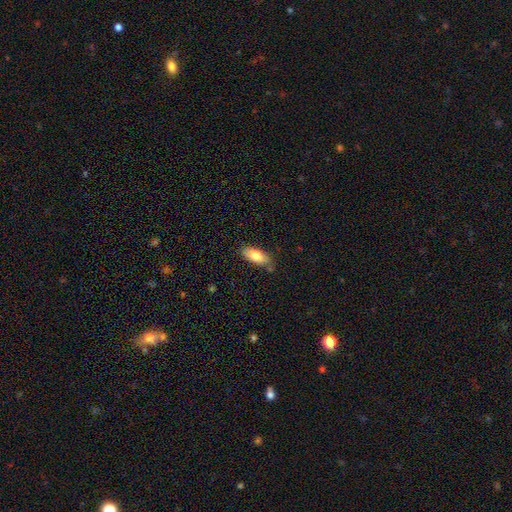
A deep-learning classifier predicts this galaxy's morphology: A smooth galaxy with no disk features (77%) that is in between round and cigar-shaped (86%). Merging: none (75%).